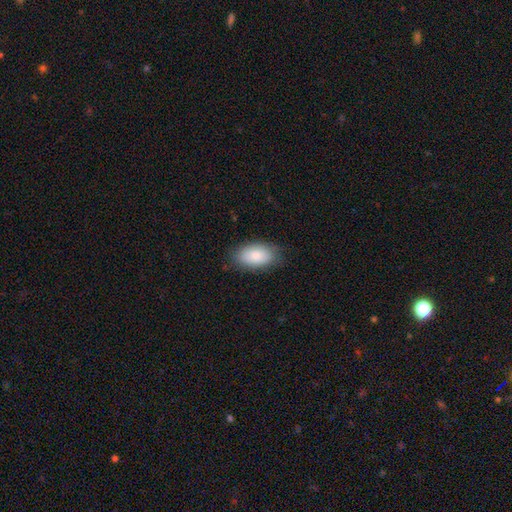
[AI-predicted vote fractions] Q: Smooth or featured?
A: smooth (85%); runner-up: featured or disk (9%)
Q: How rounded?
A: in between (94%); runner-up: round (4%)
Q: Merging?
A: none (81%); runner-up: minor disturbance (15%)